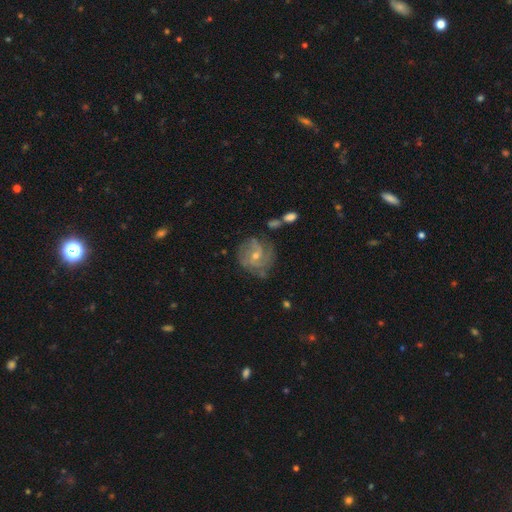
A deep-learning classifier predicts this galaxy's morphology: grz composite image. It shows a featured or disk galaxy (73%) with no bar (50%), tight (51%) spiral arms (87%) and a small central bulge (56%). Merging: none (67%).